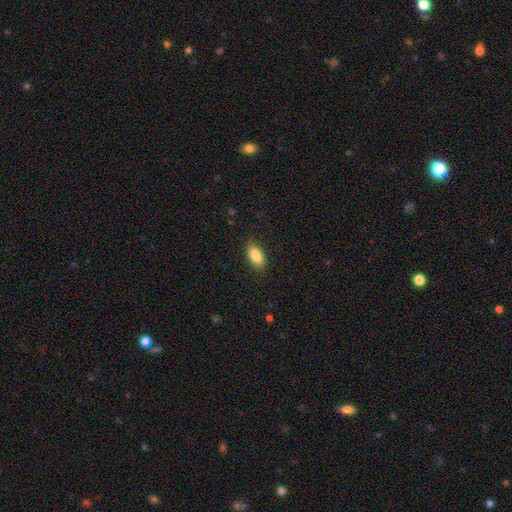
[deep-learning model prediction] Smooth or featured? Predicted: smooth (p=0.85). How rounded? Predicted: in between (p=0.89). Merging? Predicted: none (p=0.86).